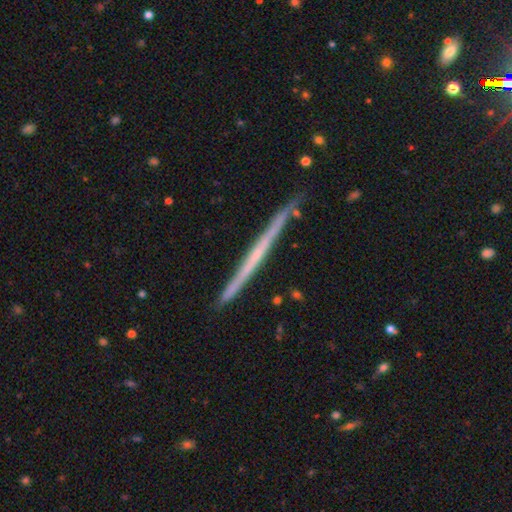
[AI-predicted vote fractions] Smooth or featured: featured or disk — 67% (smooth — 27%)
Edge-on disk: yes — 98% (no — 2%)
Edge-on bulge: none — 83% (rounded — 13%)
Merging: none — 85% (minor disturbance — 11%)